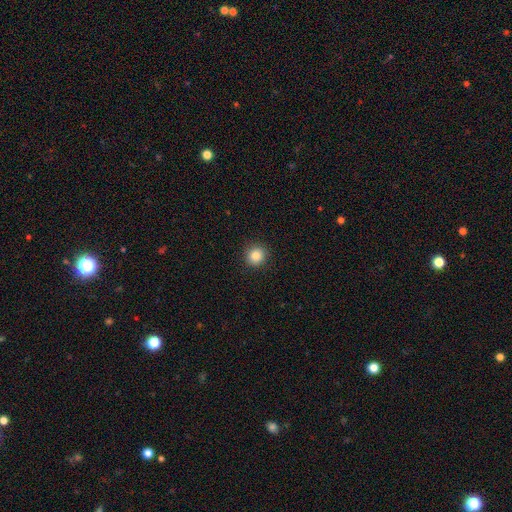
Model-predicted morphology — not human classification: This appears to be a smooth galaxy with no disk features (85%) that is round (92%). Merging: none (92%).